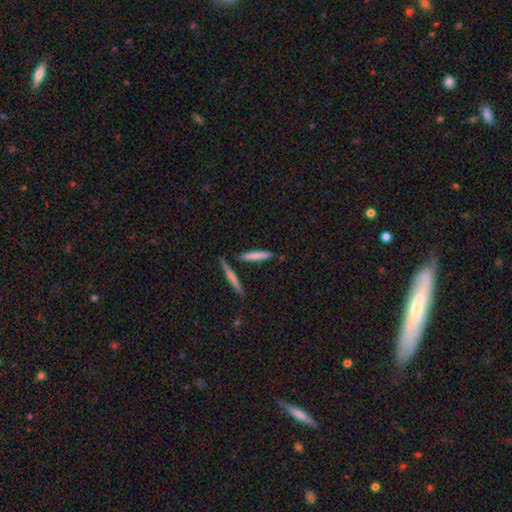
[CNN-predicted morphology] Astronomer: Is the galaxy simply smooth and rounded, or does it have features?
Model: smooth — 73%.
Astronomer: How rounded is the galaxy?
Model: cigar-shaped — 92%.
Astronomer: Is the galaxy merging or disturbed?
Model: none — 80%.